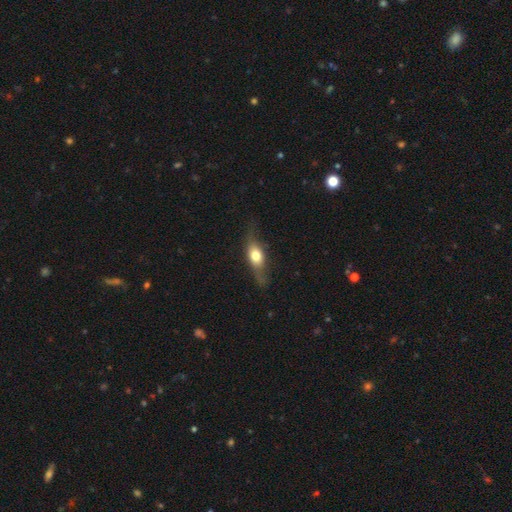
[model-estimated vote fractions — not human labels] Smooth or featured?
  - smooth: 54% *
  - featured or disk: 39%
  - star or artifact: 7%
How rounded?
  - in between: 59% *
  - cigar-shaped: 30%
  - round: 11%
Merging?
  - none: 63% *
  - minor disturbance: 24%
  - major disturbance: 11%
  - merger: 2%